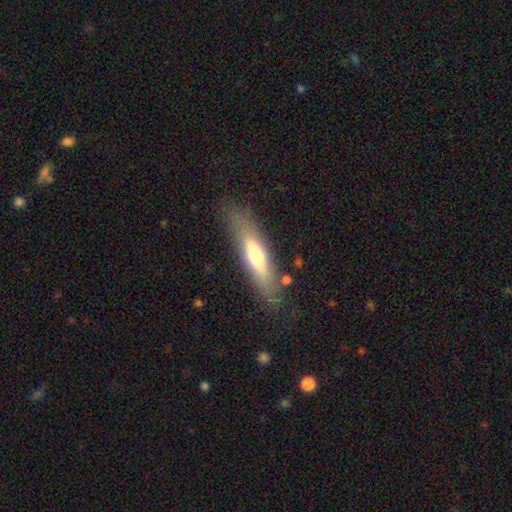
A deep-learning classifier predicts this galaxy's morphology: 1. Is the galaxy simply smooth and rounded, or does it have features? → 52% smooth, 42% featured or disk, 6% star or artifact.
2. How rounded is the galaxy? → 69% cigar-shaped, 29% in between, 2% round.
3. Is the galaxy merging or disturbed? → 80% none, 13% minor disturbance, 4% major disturbance, 3% merger.